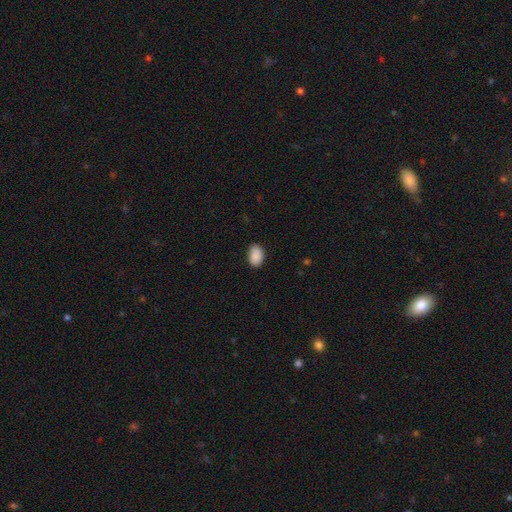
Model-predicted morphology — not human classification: Smooth or featured: smooth — 90% (star or artifact — 7%)
How rounded: in between — 90% (round — 9%)
Merging: none — 86% (minor disturbance — 11%)